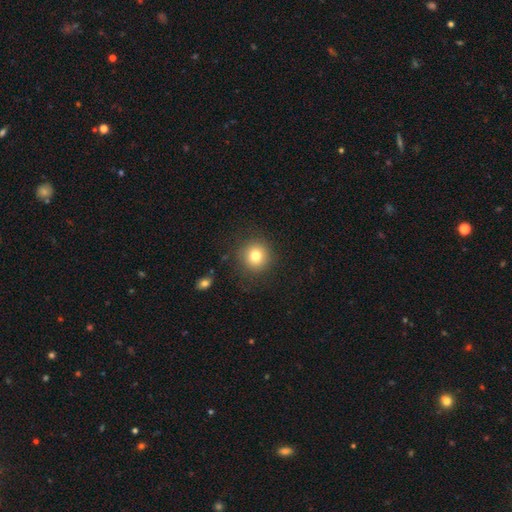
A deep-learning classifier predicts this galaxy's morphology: Overall: smooth (78%). How rounded: round (93%). Merging: none (87%).